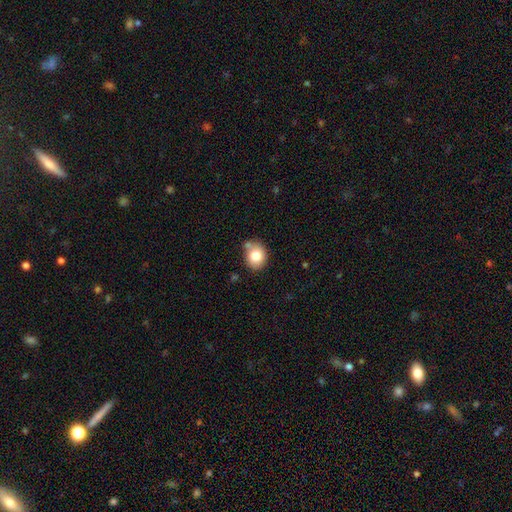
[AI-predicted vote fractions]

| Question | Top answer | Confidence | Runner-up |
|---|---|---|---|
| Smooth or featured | smooth | 80% | featured or disk (11%) |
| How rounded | round | 59% | in between (40%) |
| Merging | none | 61% | minor disturbance (20%) |